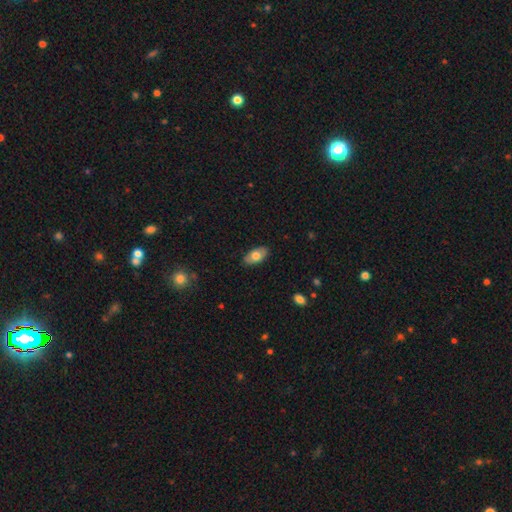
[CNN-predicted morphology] Smooth or featured?
  - smooth: 69% *
  - featured or disk: 25%
  - star or artifact: 6%
How rounded?
  - in between: 92% *
  - cigar-shaped: 4%
  - round: 4%
Merging?
  - none: 85% *
  - minor disturbance: 12%
  - major disturbance: 2%
  - merger: 1%